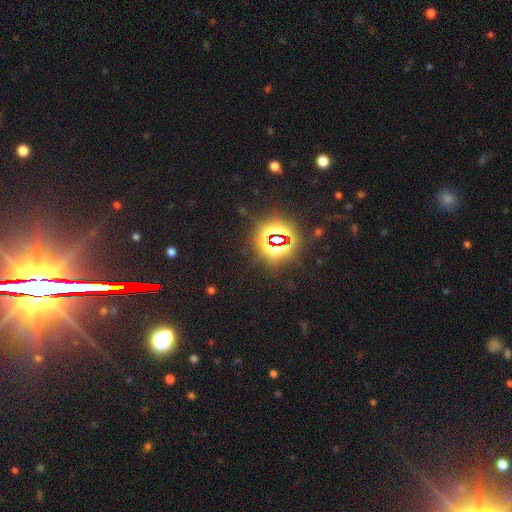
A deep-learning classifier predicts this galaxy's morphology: This appears to be a star or artifact, not a galaxy (78%).